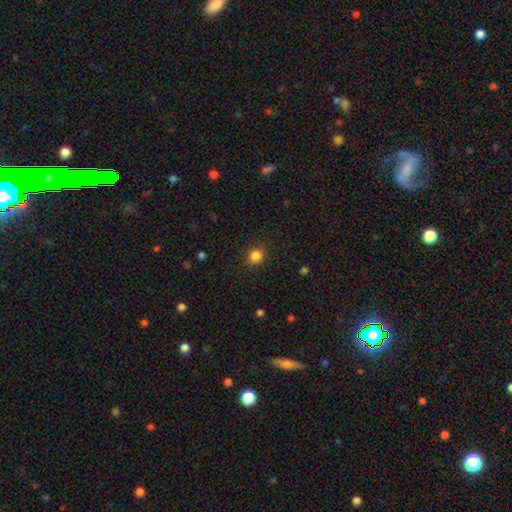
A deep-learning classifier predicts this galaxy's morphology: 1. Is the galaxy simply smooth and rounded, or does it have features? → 84% smooth, 12% star or artifact, 4% featured or disk.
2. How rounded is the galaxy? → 84% round, 15% in between, 1% cigar-shaped.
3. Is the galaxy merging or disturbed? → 87% none, 9% minor disturbance, 3% major disturbance, 1% merger.